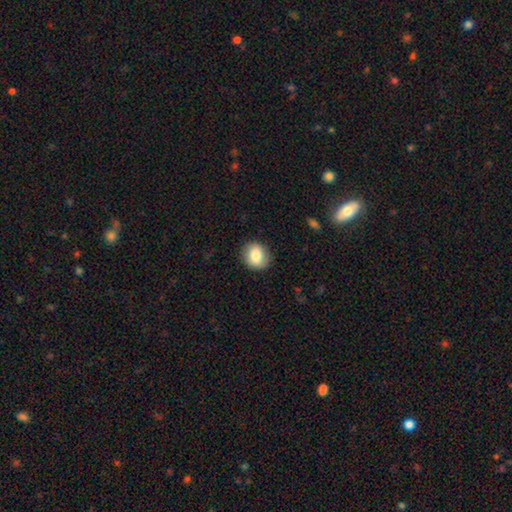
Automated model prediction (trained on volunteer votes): smooth-or-featured: smooth: 82% | featured or disk: 10% | star or artifact: 8%
  how-rounded: round: 72% | in between: 27% | cigar-shaped: 1%
  merging: none: 88% | minor disturbance: 9% | major disturbance: 2% | merger: 1%